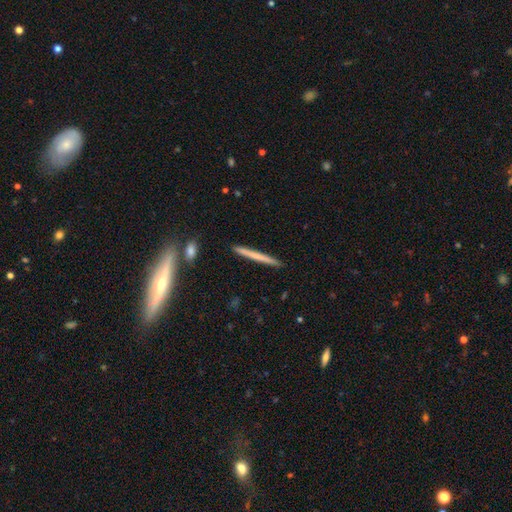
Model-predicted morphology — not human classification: This appears to be a smooth galaxy with no disk features (53%) that is cigar-shaped (96%). Merging: none (90%).